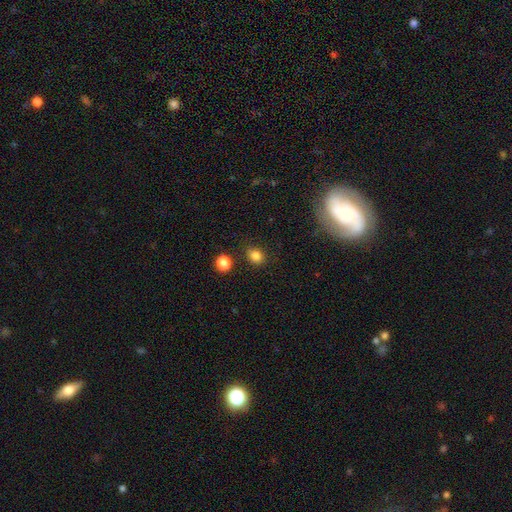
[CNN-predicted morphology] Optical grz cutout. It shows a smooth galaxy with no disk features (83%) that is round (61%). Merging: none (84%).